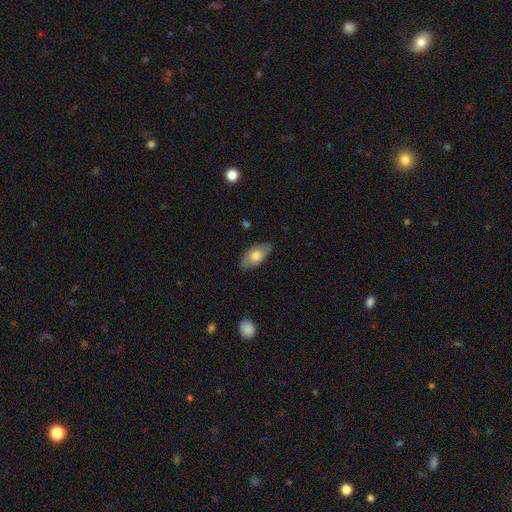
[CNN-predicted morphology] Smooth or featured? Predicted: smooth (p=0.70). How rounded? Predicted: in between (p=0.92). Merging? Predicted: none (p=0.79).